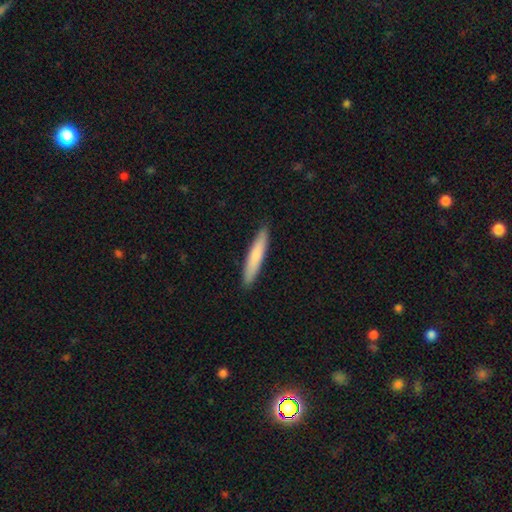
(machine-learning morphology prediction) The model was most divided on "smooth or featured": smooth: 76%, featured or disk: 19%, star or artifact: 5%. More confident: how rounded — cigar-shaped (92%); merging — none (91%).